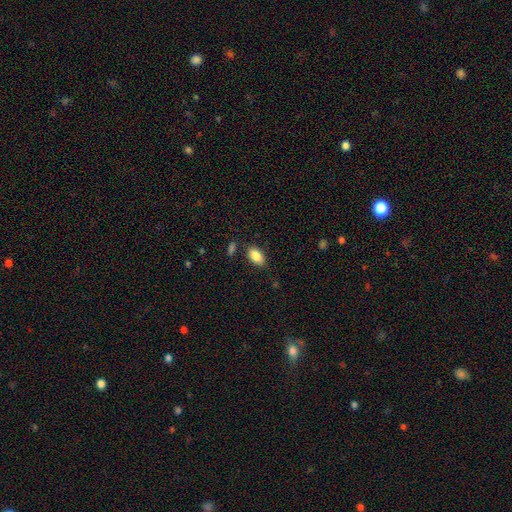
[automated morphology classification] smooth-or-featured: smooth: 87% | star or artifact: 7% | featured or disk: 6%
  how-rounded: in between: 92% | round: 4% | cigar-shaped: 4%
  merging: none: 82% | minor disturbance: 12% | merger: 3% | major disturbance: 3%